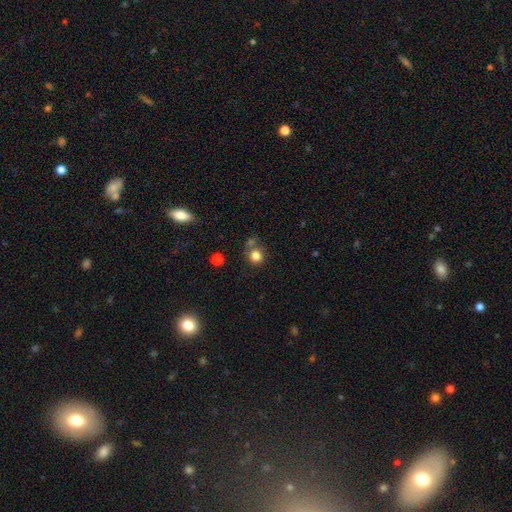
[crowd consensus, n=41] A smooth galaxy with no disk features (80%) that is round (91%).

Vote fractions:
- Smooth or featured? smooth: 80% / star or artifact: 12% / featured or disk: 7%
- How rounded? round: 91% / in between: 9% / cigar-shaped: 0%
- Merging? none: 58% / minor disturbance: 25% / merger: 11% / major disturbance: 6%